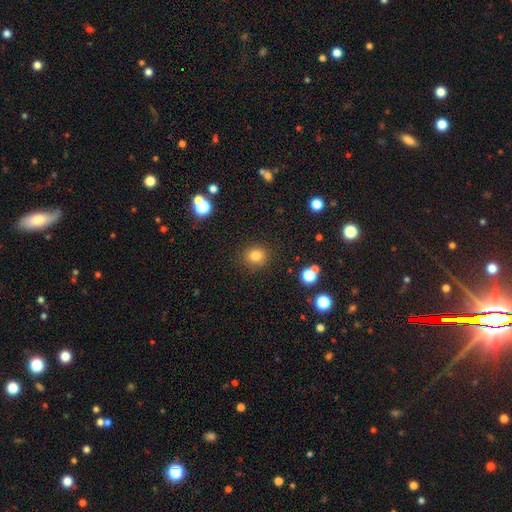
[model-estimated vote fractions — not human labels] A smooth galaxy with no disk features (81%) that is round (86%).

Vote fractions:
- Smooth or featured? smooth: 81% / star or artifact: 13% / featured or disk: 6%
- How rounded? round: 86% / in between: 13% / cigar-shaped: 1%
- Merging? none: 87% / minor disturbance: 8% / major disturbance: 3% / merger: 2%